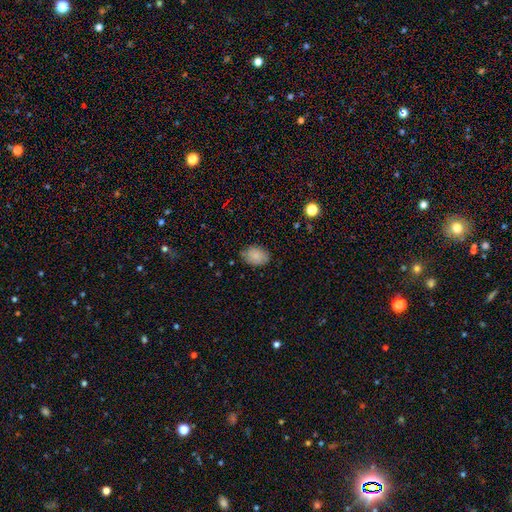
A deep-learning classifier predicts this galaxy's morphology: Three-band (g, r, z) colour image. It shows a smooth galaxy with no disk features (86%) that is in between round and cigar-shaped (80%). Merging: none (77%).